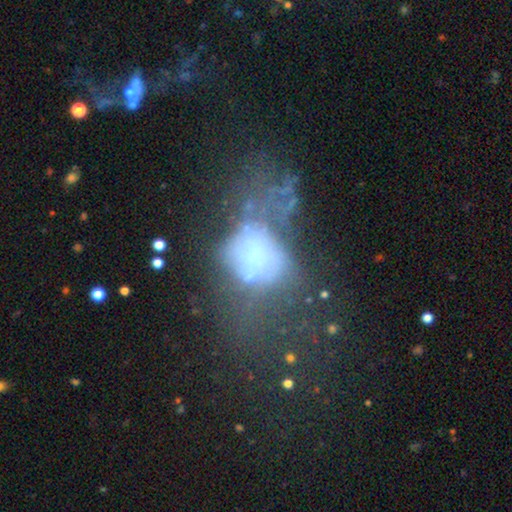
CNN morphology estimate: A featured or disk galaxy (48%).

Vote fractions:
- Smooth or featured? featured or disk: 48% / smooth: 35% / star or artifact: 18%
- Merging? major disturbance: 47% / merger: 21% / none: 18% / minor disturbance: 14%